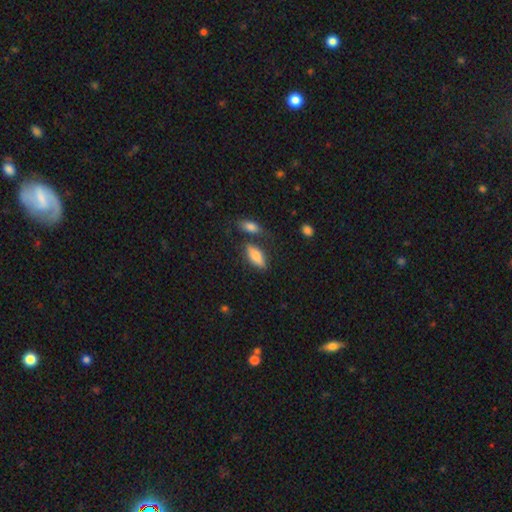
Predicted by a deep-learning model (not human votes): Overall: smooth (77%). How rounded: in between (75%). Merging: none (67%).